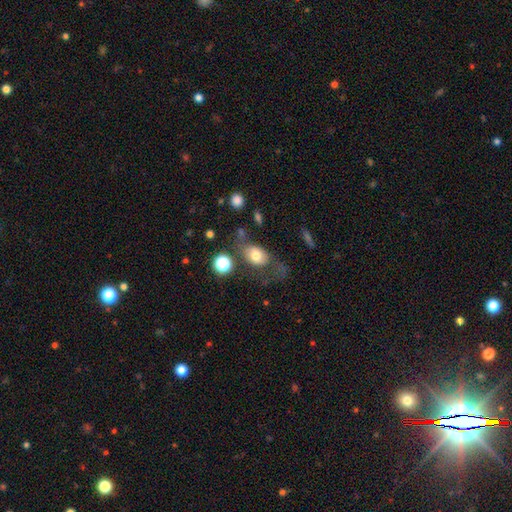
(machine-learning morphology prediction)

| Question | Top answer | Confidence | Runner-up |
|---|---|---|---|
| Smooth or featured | smooth | 71% | featured or disk (20%) |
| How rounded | in between | 73% | round (25%) |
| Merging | none | 42% | major disturbance (29%) |